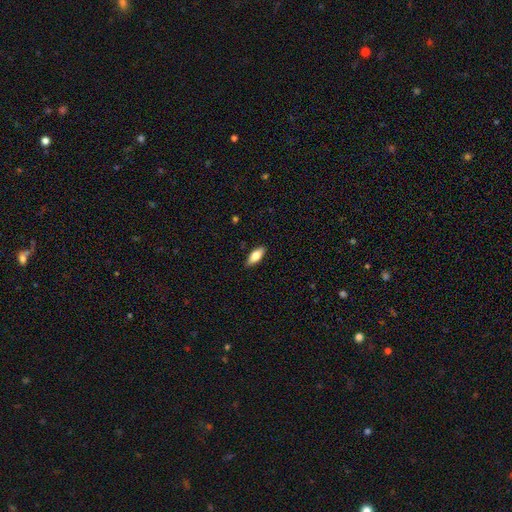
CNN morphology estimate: Smooth or featured? Predicted: smooth (p=0.75). How rounded? Predicted: in between (p=0.77). Merging? Predicted: none (p=0.88).